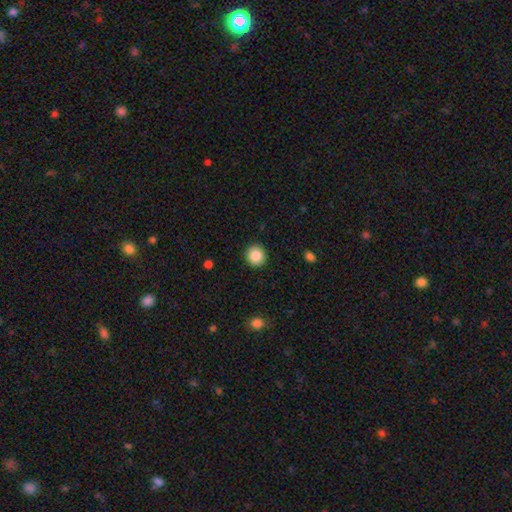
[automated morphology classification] Smooth or featured: smooth — 86% (star or artifact — 9%)
How rounded: round — 92% (in between — 7%)
Merging: none — 92% (minor disturbance — 5%)